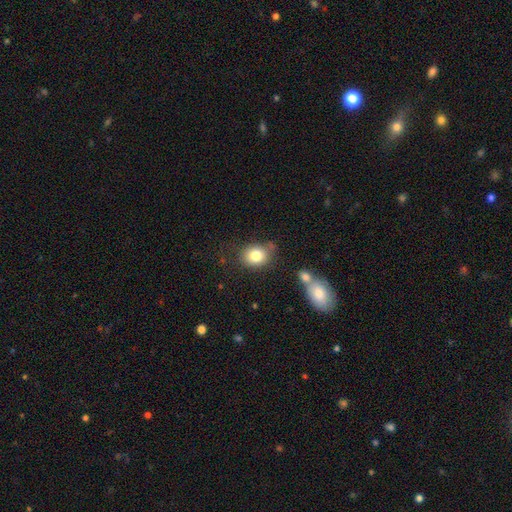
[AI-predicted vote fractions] Overall: smooth (81%). How rounded: round (57%; in between 42%). Merging: none (70%).